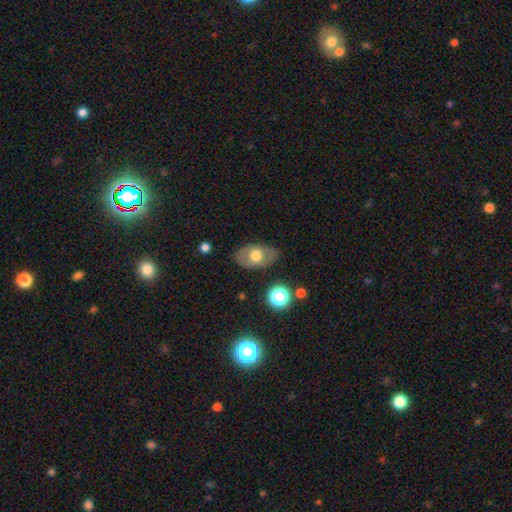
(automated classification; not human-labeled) Smooth or featured? Predicted: smooth (p=0.59). How rounded? Predicted: in between (p=0.84). Merging? Predicted: none (p=0.80).